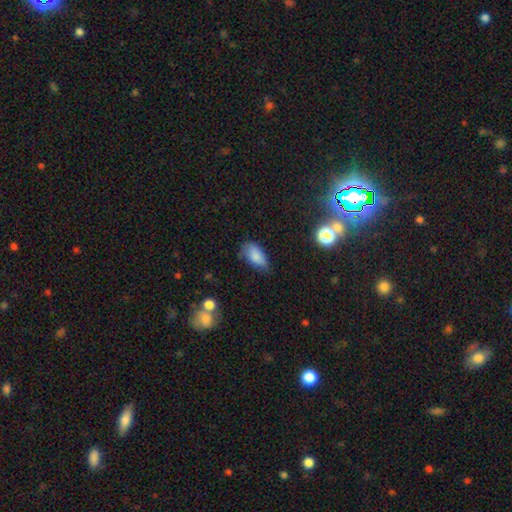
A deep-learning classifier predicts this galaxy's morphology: This is clearly a smooth galaxy (82%). How rounded: clearly in between (91%). Merging: possibly none (55%).